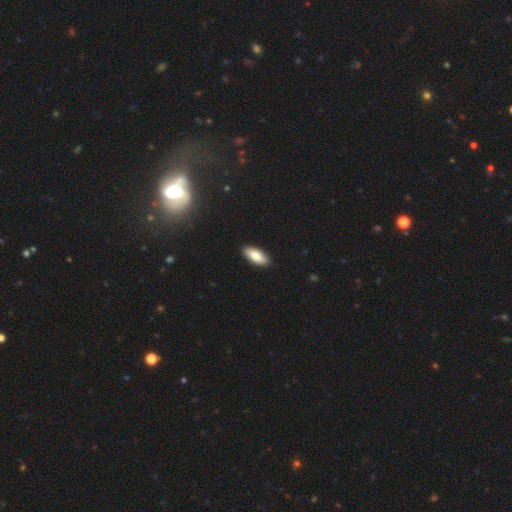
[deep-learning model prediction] This is clearly a smooth galaxy (81%). How rounded: clearly in between (84%). Merging: clearly none (91%).